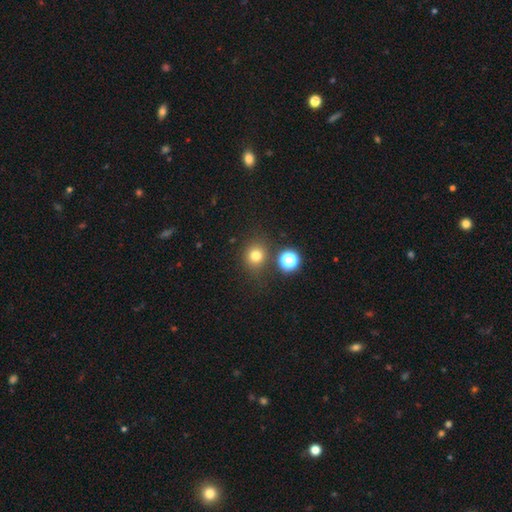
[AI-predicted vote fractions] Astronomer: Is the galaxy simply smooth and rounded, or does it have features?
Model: smooth — 75%.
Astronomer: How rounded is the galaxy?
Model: round — 84%.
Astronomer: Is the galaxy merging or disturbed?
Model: none — 78%.